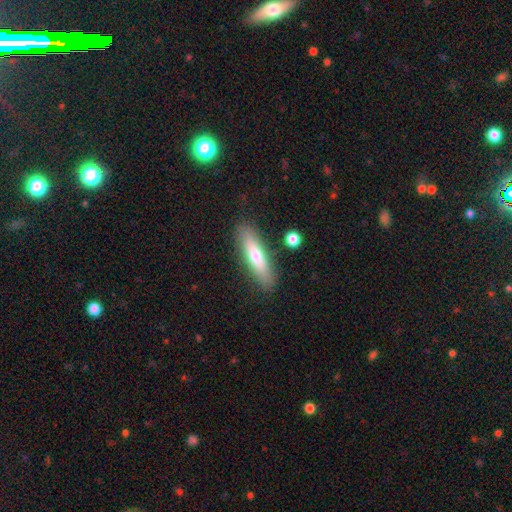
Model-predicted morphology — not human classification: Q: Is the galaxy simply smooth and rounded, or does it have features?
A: smooth — 64%.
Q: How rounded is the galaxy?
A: cigar-shaped — 72%.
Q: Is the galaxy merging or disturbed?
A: none — 85%.